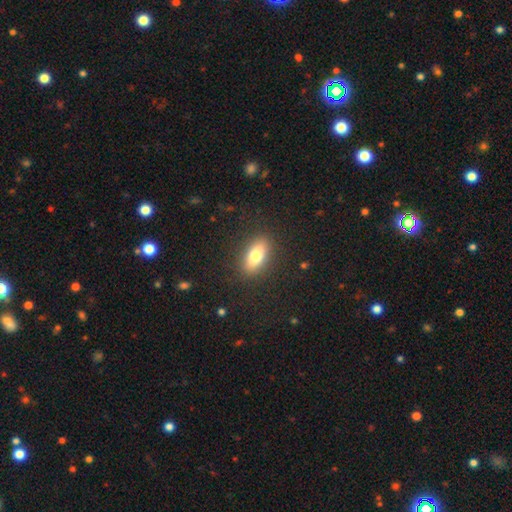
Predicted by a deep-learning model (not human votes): Q: Smooth or featured?
A: smooth (74%); runner-up: featured or disk (18%)
Q: How rounded?
A: in between (81%); runner-up: cigar-shaped (14%)
Q: Merging?
A: none (88%); runner-up: minor disturbance (8%)